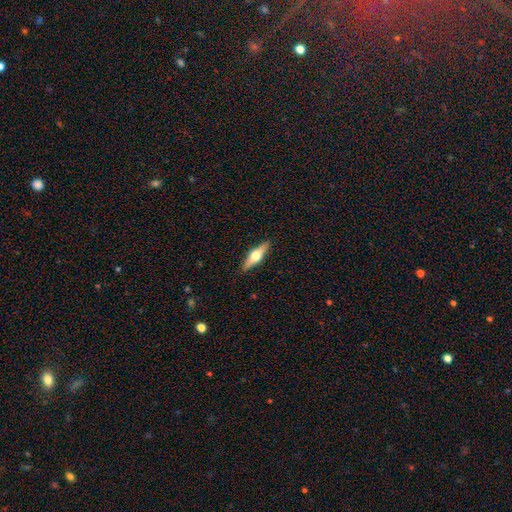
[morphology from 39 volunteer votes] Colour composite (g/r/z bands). It shows a featured or disk galaxy (79%) viewed edge-on (100%) with a rounded central bulge (97%). Merging: none (97%).